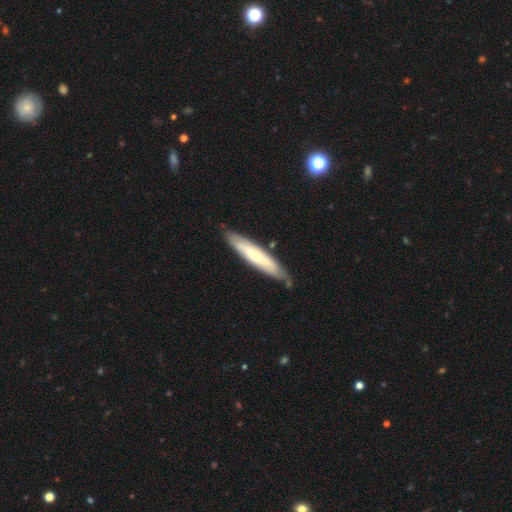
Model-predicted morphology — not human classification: Overall: smooth (55%; featured or disk 40%). How rounded: cigar-shaped (87%). Merging: none (79%).